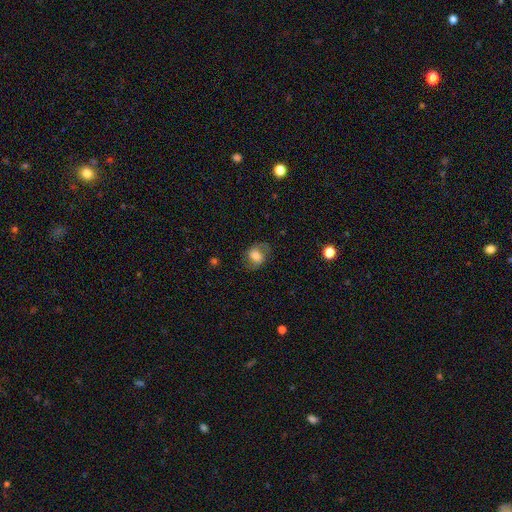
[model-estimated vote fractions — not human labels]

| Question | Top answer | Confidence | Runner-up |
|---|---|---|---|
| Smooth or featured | smooth | 50% | featured or disk (40%) |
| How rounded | in between | 50% | round (49%) |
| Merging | none | 70% | minor disturbance (18%) |